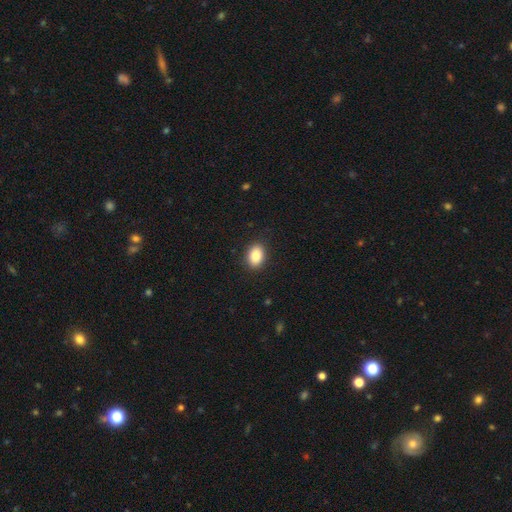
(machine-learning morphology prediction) The model was most divided on "how rounded": in between: 80%, round: 19%, cigar-shaped: 1%. More confident: merging — none (89%); smooth or featured — smooth (87%).